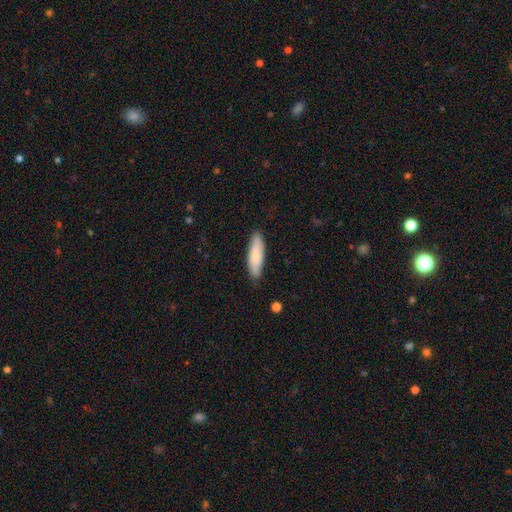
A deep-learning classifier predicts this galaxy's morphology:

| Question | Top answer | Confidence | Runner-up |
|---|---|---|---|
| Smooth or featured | smooth | 81% | featured or disk (13%) |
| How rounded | cigar-shaped | 63% | in between (36%) |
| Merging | none | 84% | minor disturbance (13%) |